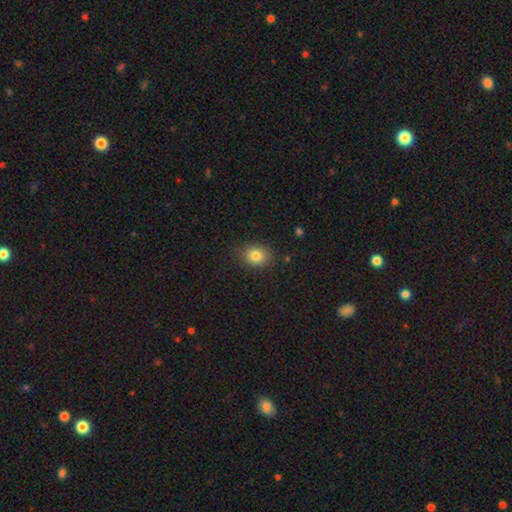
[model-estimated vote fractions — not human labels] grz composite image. It shows a smooth galaxy with no disk features (82%) that is in between round and cigar-shaped (53%). Merging: none (85%).